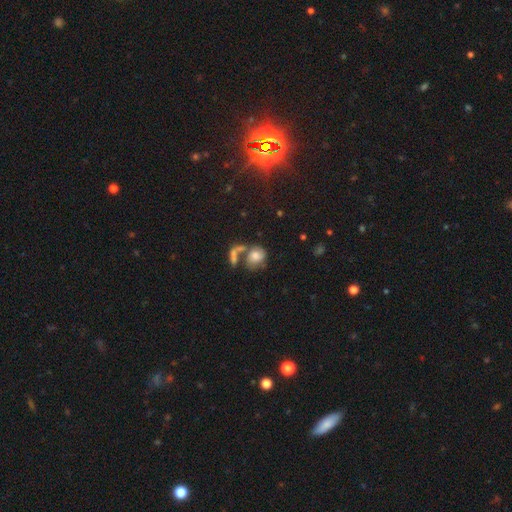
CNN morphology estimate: This is possibly a smooth galaxy (59%). How rounded: possibly in between (52%). Merging: marginally merger (41%).